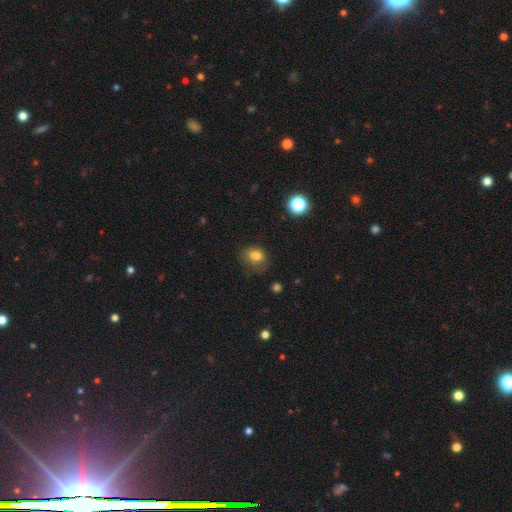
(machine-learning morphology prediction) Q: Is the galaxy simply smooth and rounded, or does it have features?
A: smooth — 80%.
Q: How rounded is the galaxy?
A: in between — 53%.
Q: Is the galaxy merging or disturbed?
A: none — 62%.